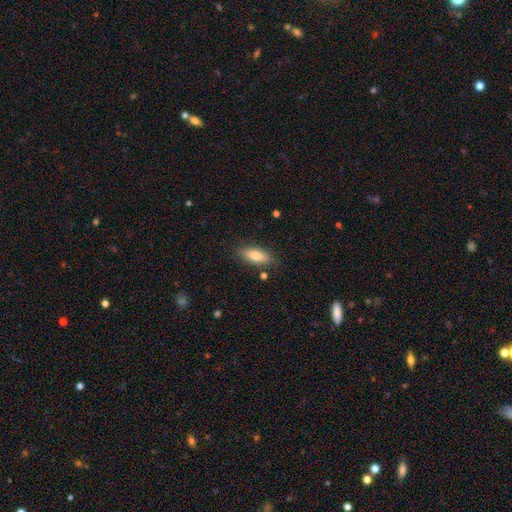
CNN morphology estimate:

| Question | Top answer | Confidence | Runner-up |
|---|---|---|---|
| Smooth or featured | smooth | 79% | featured or disk (15%) |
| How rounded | in between | 77% | cigar-shaped (20%) |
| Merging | none | 83% | minor disturbance (12%) |